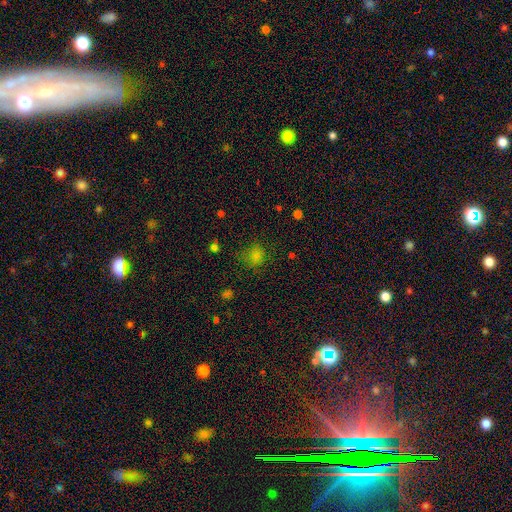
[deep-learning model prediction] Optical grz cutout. It shows a smooth galaxy with no disk features (68%) that is round (69%). Merging: none (71%).